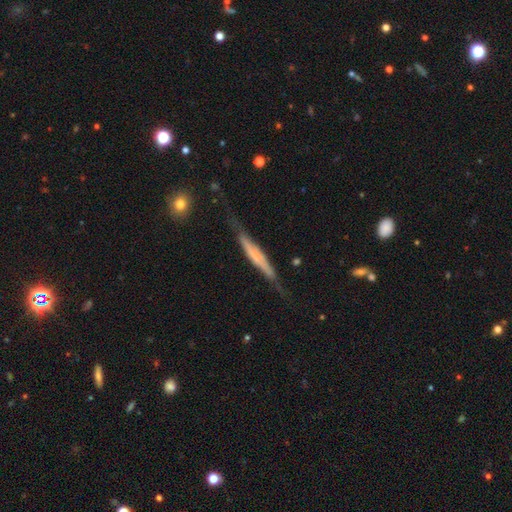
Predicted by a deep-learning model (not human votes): The model was most divided on "edge-on bulge": none: 46%, rounded: 30%, boxy: 25%. More confident: edge-on disk — yes (91%); merging — none (66%); smooth or featured — featured or disk (61%).